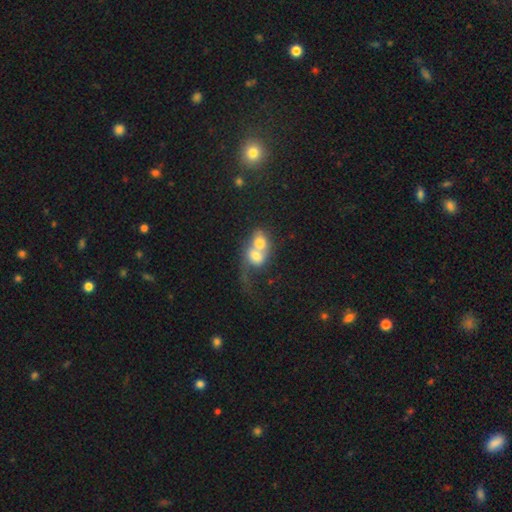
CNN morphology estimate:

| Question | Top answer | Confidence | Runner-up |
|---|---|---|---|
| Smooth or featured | smooth | 60% | featured or disk (31%) |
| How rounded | round | 53% | in between (45%) |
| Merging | merger | 80% | none (9%) |